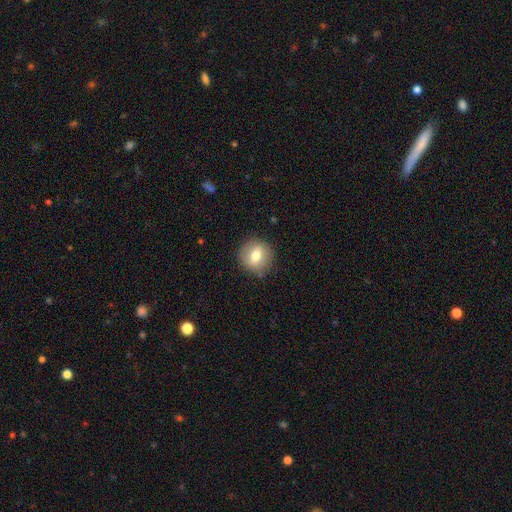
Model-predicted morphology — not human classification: Q: Smooth or featured?
A: smooth (65%); runner-up: featured or disk (26%)
Q: How rounded?
A: round (87%); runner-up: in between (11%)
Q: Merging?
A: none (85%); runner-up: minor disturbance (10%)